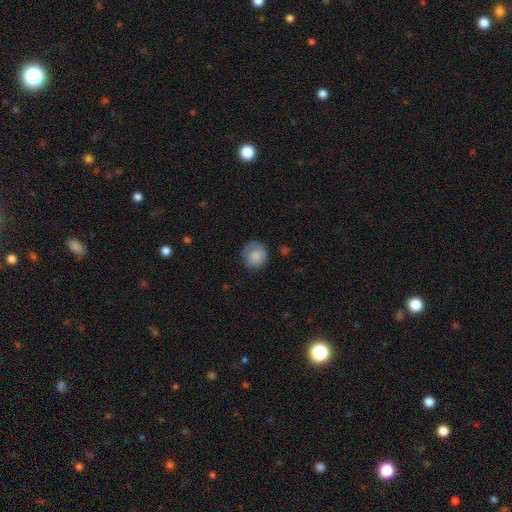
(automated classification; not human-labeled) Smooth or featured: smooth — 81% (featured or disk — 11%)
How rounded: round — 89% (in between — 10%)
Merging: none — 71% (minor disturbance — 21%)